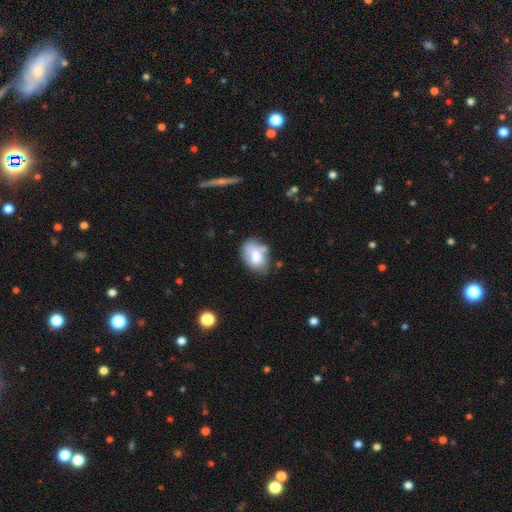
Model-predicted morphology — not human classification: This appears to be a smooth galaxy with no disk features (70%) that is in between round and cigar-shaped (80%). Merging: none (49%).